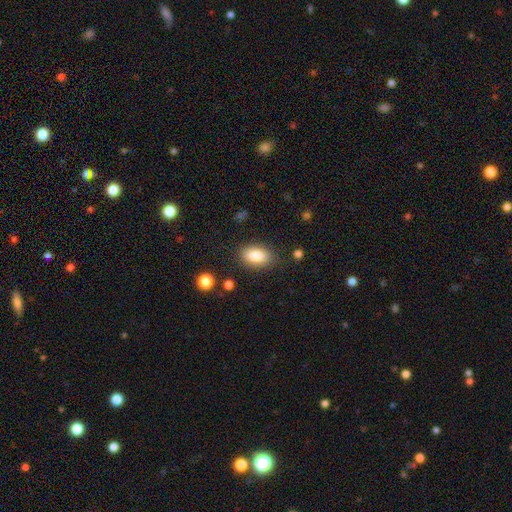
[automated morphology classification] A smooth galaxy with no disk features (86%) that is in between round and cigar-shaped (89%).

Vote fractions:
- Smooth or featured? smooth: 86% / star or artifact: 8% / featured or disk: 7%
- How rounded? in between: 89% / round: 7% / cigar-shaped: 3%
- Merging? none: 83% / minor disturbance: 11% / major disturbance: 3% / merger: 2%